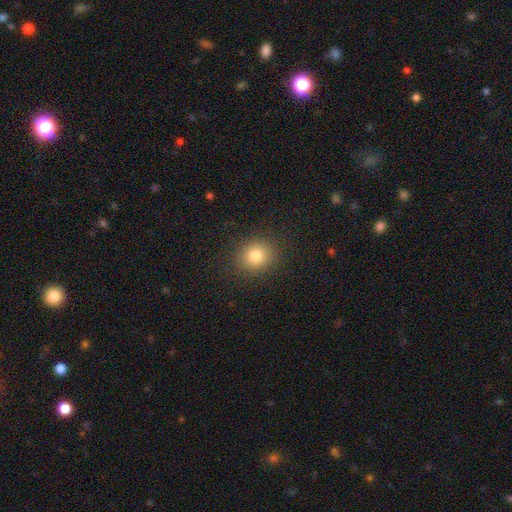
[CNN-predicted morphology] Smooth or featured?
  - smooth: 81% *
  - star or artifact: 12%
  - featured or disk: 7%
How rounded?
  - round: 79% *
  - in between: 20%
  - cigar-shaped: 1%
Merging?
  - none: 89% *
  - minor disturbance: 7%
  - major disturbance: 3%
  - merger: 1%